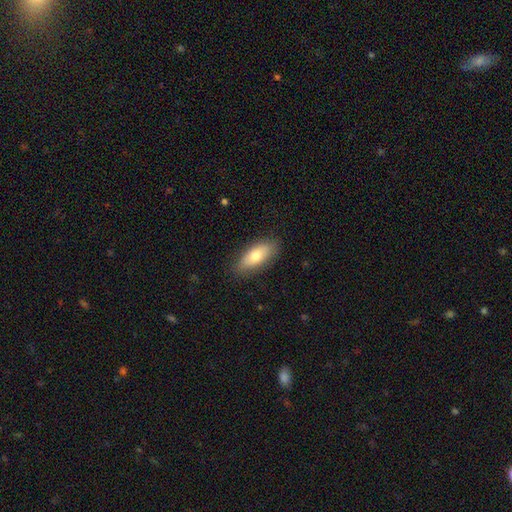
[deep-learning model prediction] Smooth or featured: smooth — 73% (featured or disk — 21%)
How rounded: in between — 82% (cigar-shaped — 15%)
Merging: none — 85% (minor disturbance — 12%)